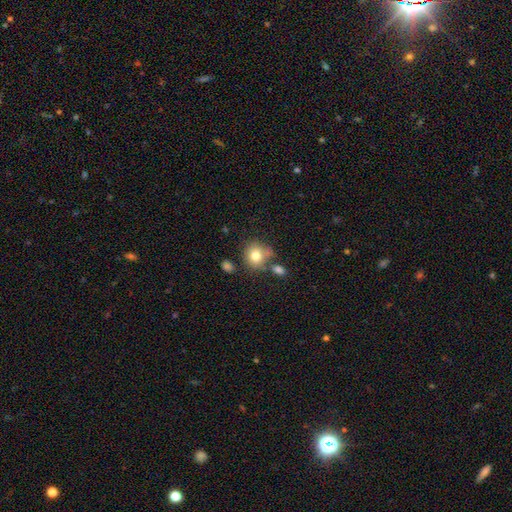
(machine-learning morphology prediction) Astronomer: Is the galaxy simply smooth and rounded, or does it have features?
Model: smooth — 78%.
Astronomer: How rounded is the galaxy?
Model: round — 77%.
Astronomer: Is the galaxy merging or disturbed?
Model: none — 62%.